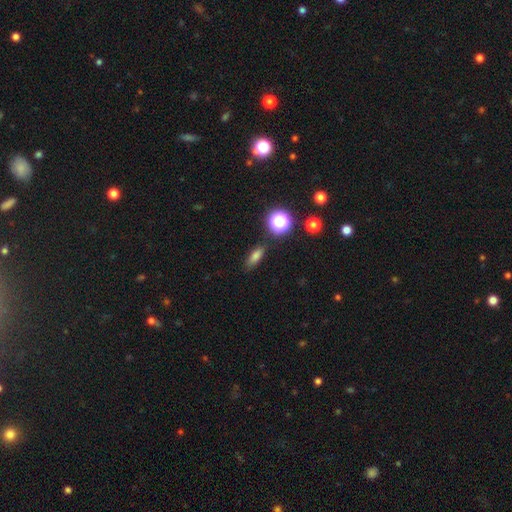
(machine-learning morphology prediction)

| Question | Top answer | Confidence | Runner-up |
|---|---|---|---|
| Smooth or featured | smooth | 76% | star or artifact (16%) |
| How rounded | in between | 60% | cigar-shaped (28%) |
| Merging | none | 82% | minor disturbance (12%) |